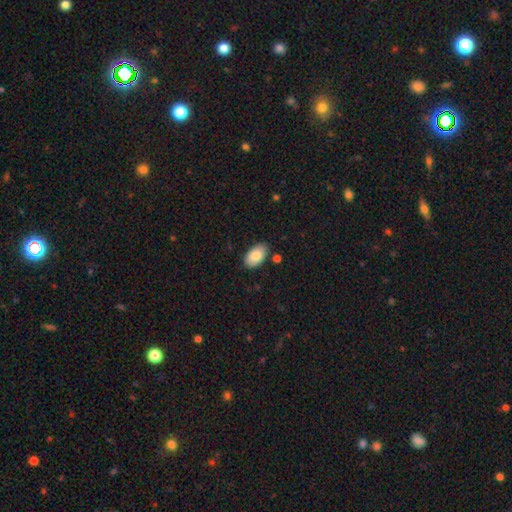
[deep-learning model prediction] smooth 85%, featured or disk 9%, star or artifact 6%. Down the decision tree: how rounded — in between (94%); merging — none (82%).